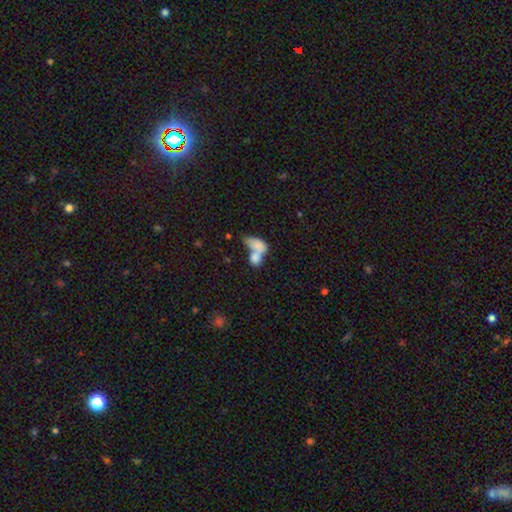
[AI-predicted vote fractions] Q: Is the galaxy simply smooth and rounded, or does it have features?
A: smooth — 75%.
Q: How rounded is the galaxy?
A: in between — 77%.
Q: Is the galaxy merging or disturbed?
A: merger — 68%.